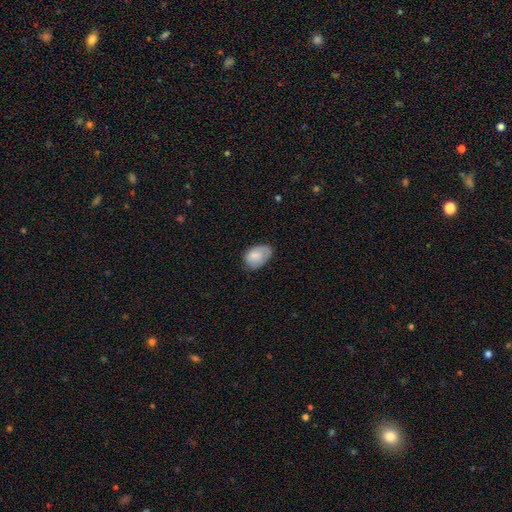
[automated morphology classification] smooth-or-featured: smooth: 77% | featured or disk: 16% | star or artifact: 7%
  how-rounded: in between: 86% | round: 13% | cigar-shaped: 1%
  merging: none: 59% | minor disturbance: 32% | major disturbance: 8% | merger: 1%